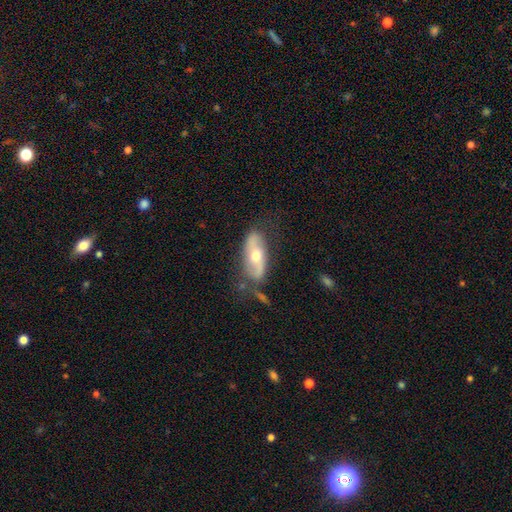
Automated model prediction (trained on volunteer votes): smooth-or-featured: featured or disk: 60% | smooth: 34% | star or artifact: 6%
  disk-edge-on: no: 82% | yes: 18%
  merging: none: 64% | minor disturbance: 22% | major disturbance: 9% | merger: 5%